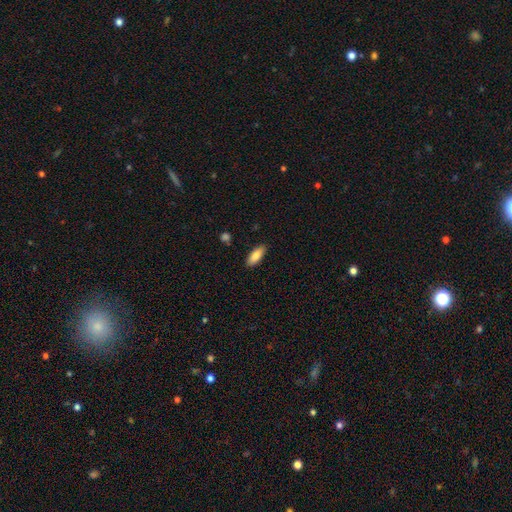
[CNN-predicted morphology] type=smooth (85%); roundness=in between (73%); merging=none (87%).